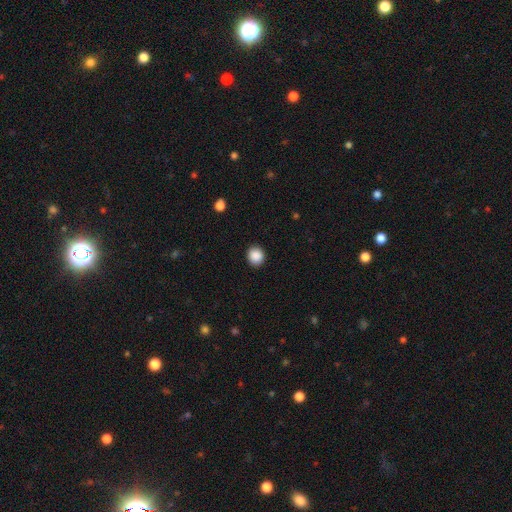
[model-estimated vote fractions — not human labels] A smooth galaxy with no disk features (89%) that is round (85%).

Vote fractions:
- Smooth or featured? smooth: 89% / star or artifact: 9% / featured or disk: 2%
- How rounded? round: 85% / in between: 14% / cigar-shaped: 1%
- Merging? none: 91% / minor disturbance: 6% / major disturbance: 2% / merger: 1%